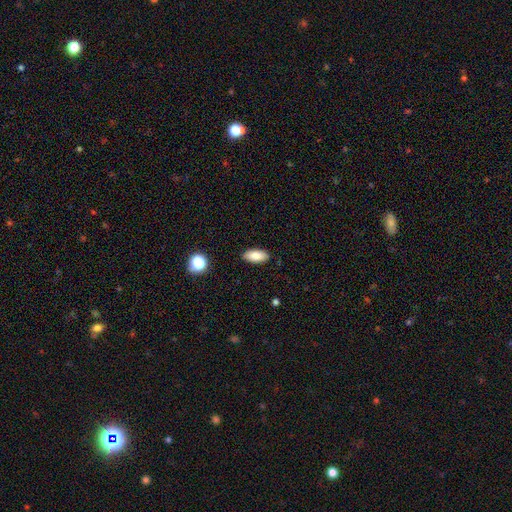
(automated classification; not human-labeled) This is clearly a smooth galaxy (84%). How rounded: clearly in between (90%). Merging: clearly none (88%).